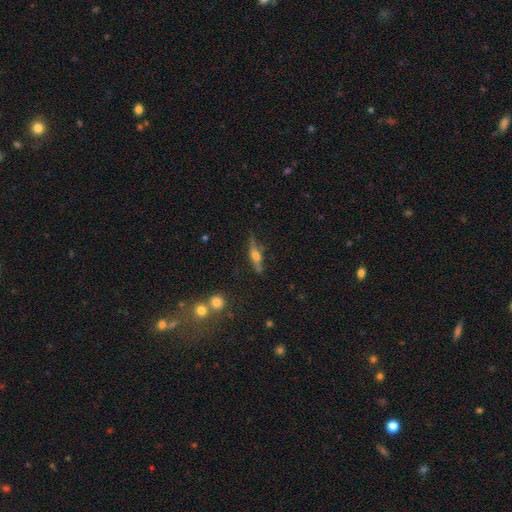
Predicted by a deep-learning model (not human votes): smooth-or-featured: featured or disk: 59% | smooth: 33% | star or artifact: 8%
  disk-edge-on: yes: 91% | no: 9%
    edge-on-bulge: rounded: 81% | boxy: 15% | none: 5%
  merging: none: 74% | minor disturbance: 17% | major disturbance: 5% | merger: 3%